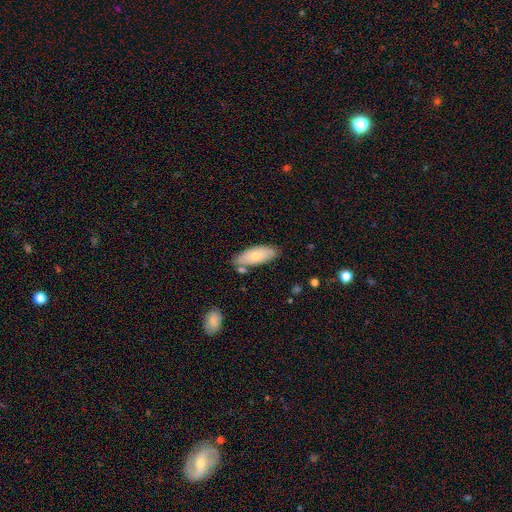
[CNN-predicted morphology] smooth-or-featured: smooth: 72% | featured or disk: 22% | star or artifact: 6%
  how-rounded: in between: 79% | cigar-shaped: 19% | round: 2%
  merging: none: 73% | minor disturbance: 17% | merger: 7% | major disturbance: 3%